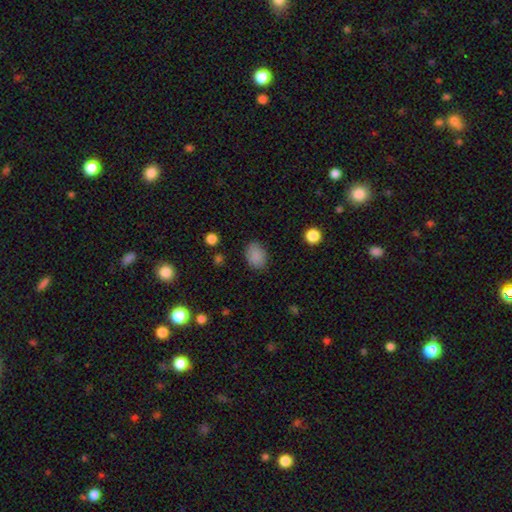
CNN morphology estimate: smooth_or_featured: smooth (p=0.86) [alt: star or artifact p=0.09]
how_rounded: in between (p=0.72) [alt: round p=0.27]
merging: none (p=0.83) [alt: minor disturbance p=0.13]